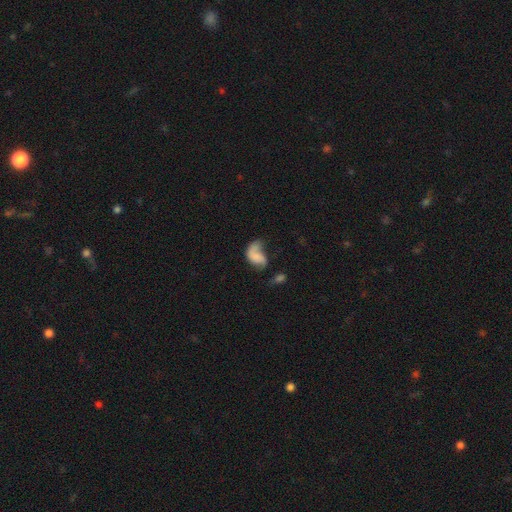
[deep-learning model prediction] smooth_or_featured: smooth (p=0.50) [alt: featured or disk p=0.40]
merging: major disturbance (p=0.40) [alt: none p=0.27]